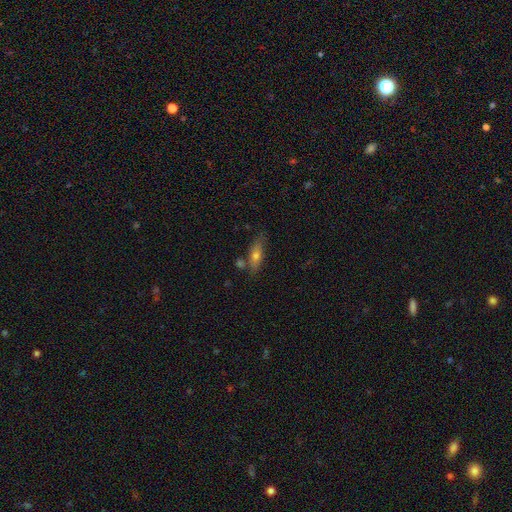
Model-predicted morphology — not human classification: A smooth galaxy with no disk features (56%) that is cigar-shaped (50%). Merging: none (70%).